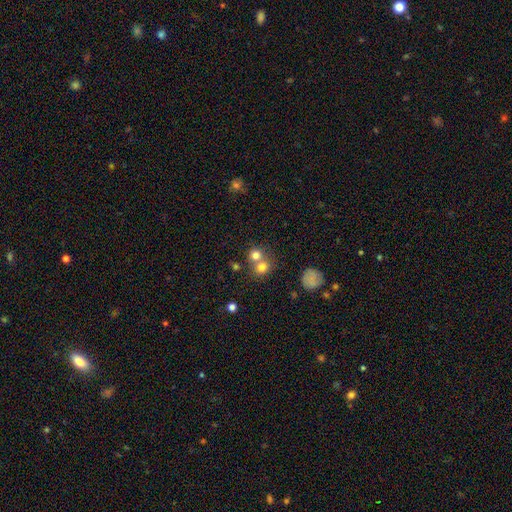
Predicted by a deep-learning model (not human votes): This appears to be a smooth galaxy with no disk features (75%) that is round (82%). Merging: merger (51%).